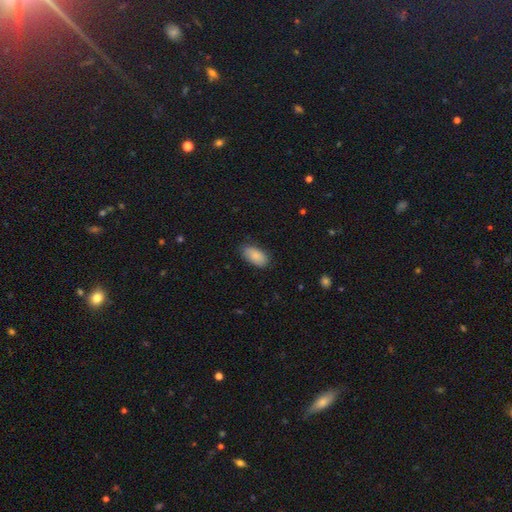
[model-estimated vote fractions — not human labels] A smooth galaxy with no disk features (87%) that is in between round and cigar-shaped (94%). Merging: none (80%).